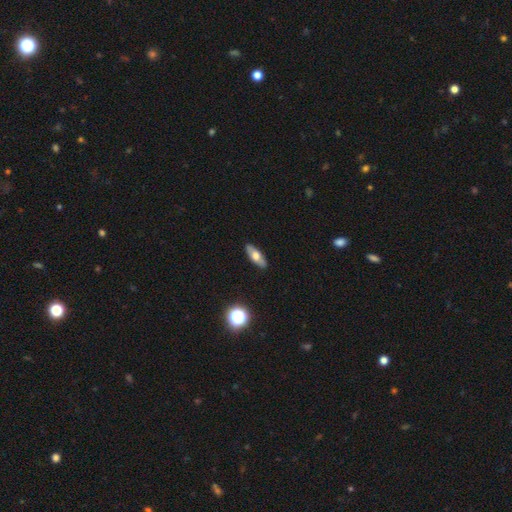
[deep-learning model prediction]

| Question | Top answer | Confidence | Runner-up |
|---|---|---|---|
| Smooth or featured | smooth | 58% | featured or disk (34%) |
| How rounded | in between | 66% | cigar-shaped (30%) |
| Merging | none | 89% | minor disturbance (8%) |